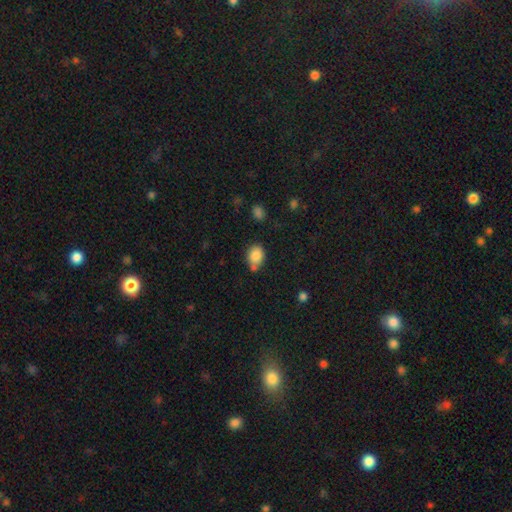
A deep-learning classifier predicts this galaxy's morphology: This is clearly a smooth galaxy (85%). How rounded: possibly in between (56%). Merging: likely none (61%).